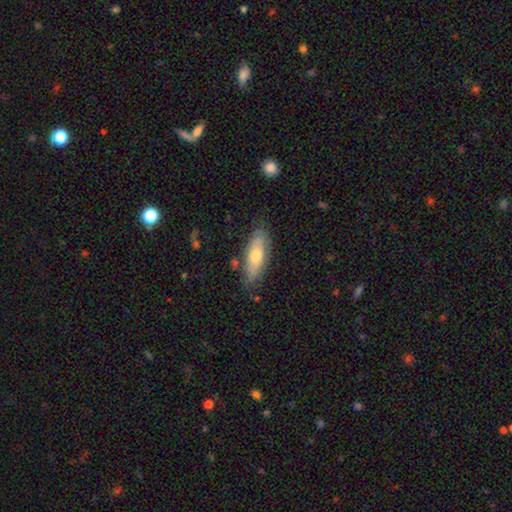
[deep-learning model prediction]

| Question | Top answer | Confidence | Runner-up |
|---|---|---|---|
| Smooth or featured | smooth | 63% | featured or disk (31%) |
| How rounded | in between | 58% | cigar-shaped (40%) |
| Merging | none | 78% | minor disturbance (16%) |